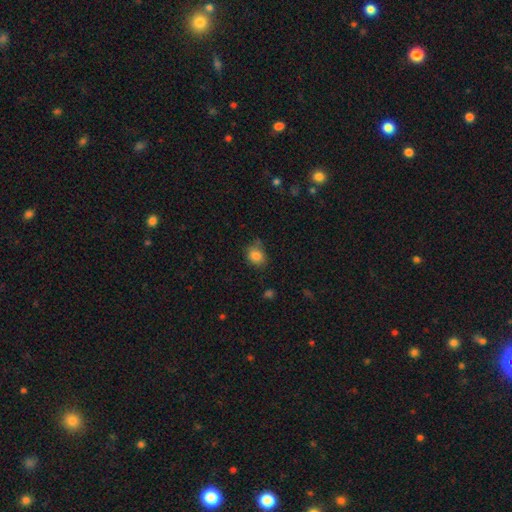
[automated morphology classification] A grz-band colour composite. It shows a smooth galaxy with no disk features (83%) that is round (55%). Merging: none (61%).